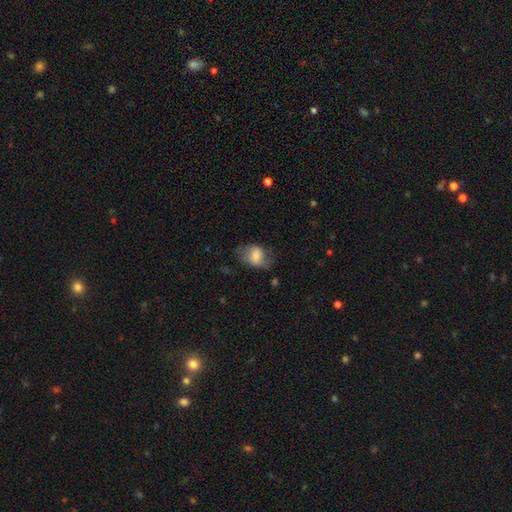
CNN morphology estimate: Smooth or featured?
  - smooth: 69% *
  - featured or disk: 24%
  - star or artifact: 8%
How rounded?
  - in between: 74% *
  - round: 25%
  - cigar-shaped: 1%
Merging?
  - none: 53% *
  - minor disturbance: 27%
  - major disturbance: 18%
  - merger: 2%